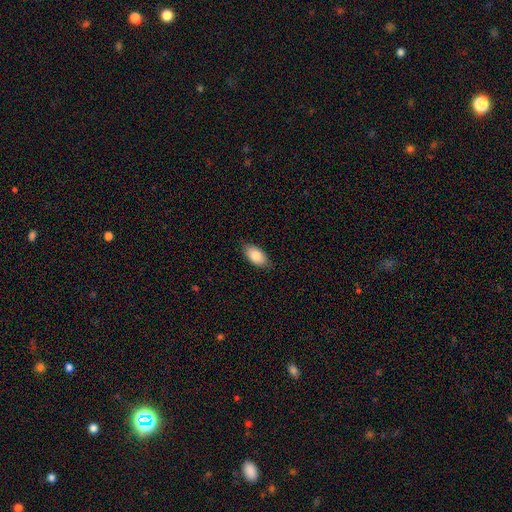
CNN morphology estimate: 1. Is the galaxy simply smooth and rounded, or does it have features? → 85% smooth, 9% featured or disk, 6% star or artifact.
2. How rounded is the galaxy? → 94% in between, 3% cigar-shaped, 3% round.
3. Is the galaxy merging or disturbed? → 83% none, 14% minor disturbance, 2% major disturbance, 1% merger.